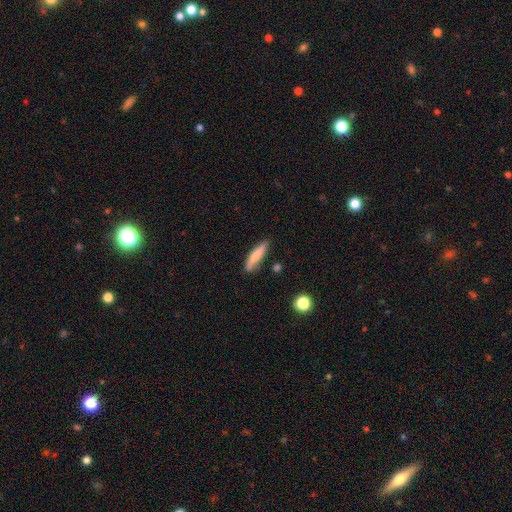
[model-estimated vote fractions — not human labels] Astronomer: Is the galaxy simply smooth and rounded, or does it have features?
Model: smooth — 76%.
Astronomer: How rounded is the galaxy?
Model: cigar-shaped — 78%.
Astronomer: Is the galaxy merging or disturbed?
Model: none — 75%.